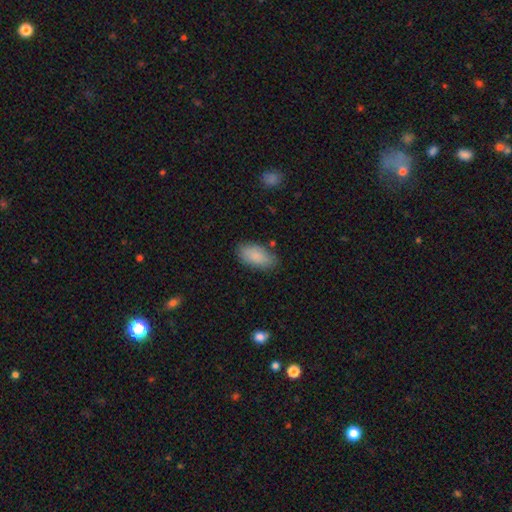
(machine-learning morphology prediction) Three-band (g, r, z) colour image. It shows a smooth galaxy with no disk features (88%) that is in between round and cigar-shaped (92%). Merging: none (80%).